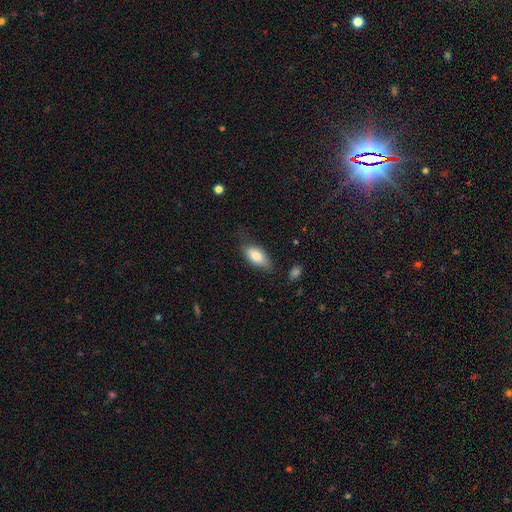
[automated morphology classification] This is likely a smooth galaxy (79%). How rounded: clearly in between (88%). Merging: likely none (65%).